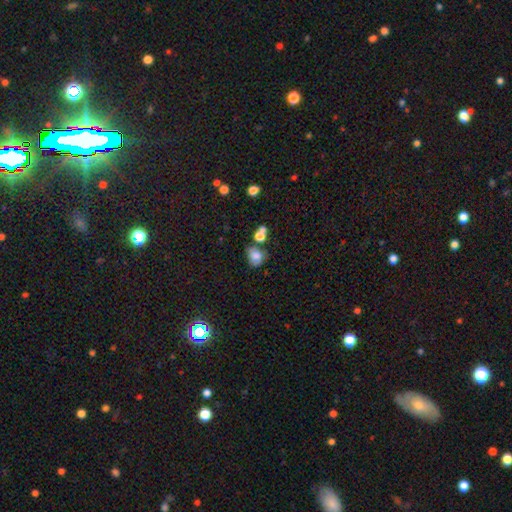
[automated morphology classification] Overall: smooth (77%). How rounded: in between (55%; round 44%). Merging: none (43%; minor disturbance 25%).